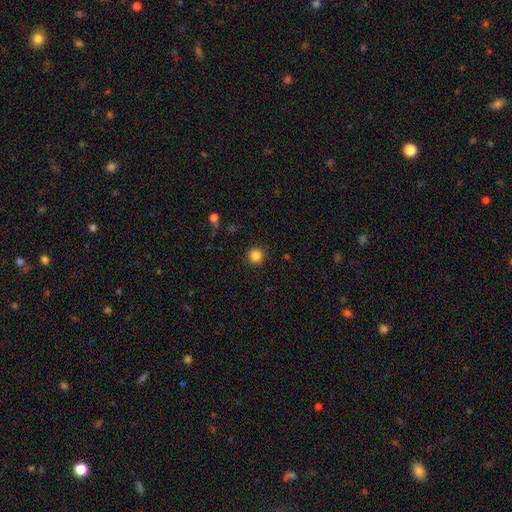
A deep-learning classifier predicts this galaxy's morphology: This appears to be a smooth galaxy with no disk features (85%) that is round (95%). Merging: none (91%).